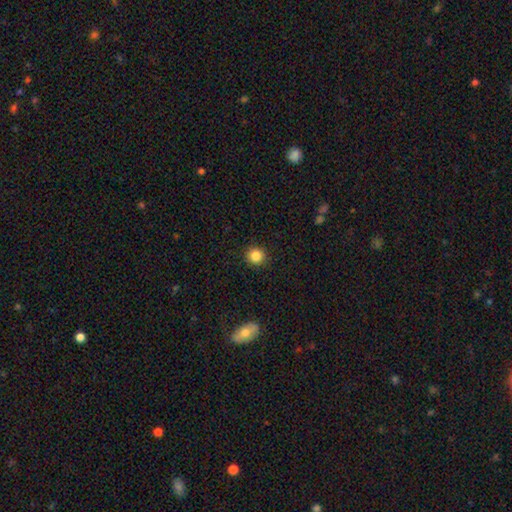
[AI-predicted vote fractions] A smooth galaxy with no disk features (85%) that is round (92%). Merging: none (92%).